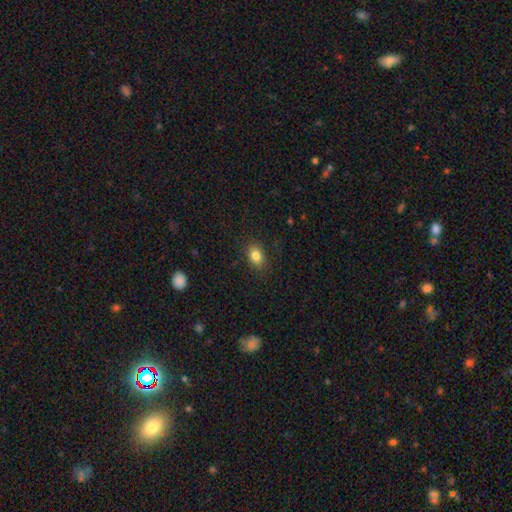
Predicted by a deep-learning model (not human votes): smooth-or-featured: smooth: 83% | star or artifact: 10% | featured or disk: 7%
  how-rounded: in between: 72% | round: 26% | cigar-shaped: 1%
  merging: none: 86% | minor disturbance: 10% | major disturbance: 3% | merger: 1%